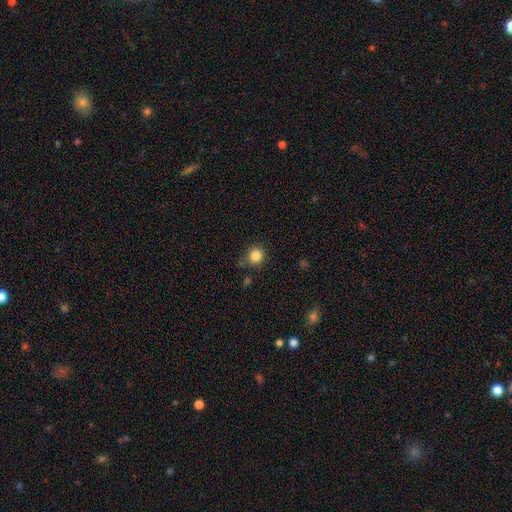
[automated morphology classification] type=smooth (85%); roundness=round (89%); merging=none (80%).